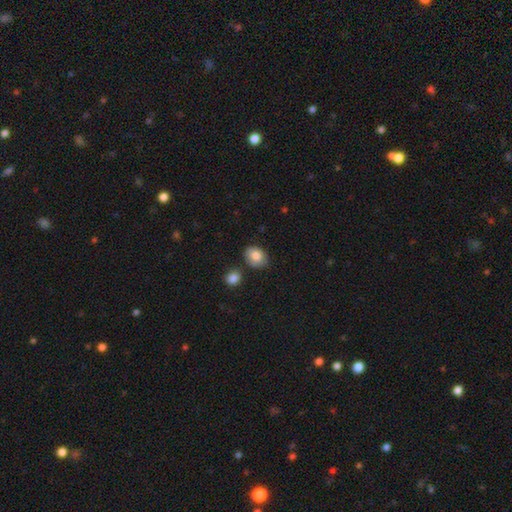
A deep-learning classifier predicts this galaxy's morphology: A smooth galaxy with no disk features (82%) that is in between round and cigar-shaped (66%). Merging: none (71%).